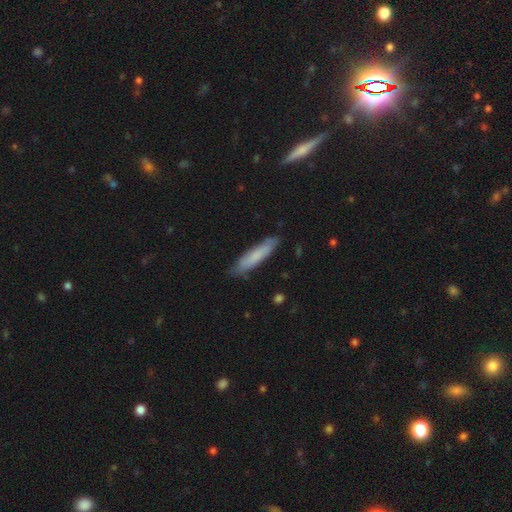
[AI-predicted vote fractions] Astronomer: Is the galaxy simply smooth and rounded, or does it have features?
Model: smooth — 71%.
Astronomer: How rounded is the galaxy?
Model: cigar-shaped — 83%.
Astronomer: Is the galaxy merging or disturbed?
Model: none — 83%.